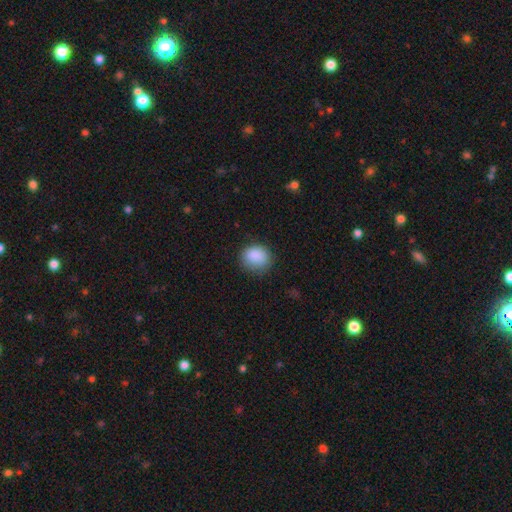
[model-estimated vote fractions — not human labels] A smooth galaxy with no disk features (88%) that is round (68%).

Vote fractions:
- Smooth or featured? smooth: 88% / star or artifact: 8% / featured or disk: 4%
- How rounded? round: 68% / in between: 31% / cigar-shaped: 1%
- Merging? none: 78% / minor disturbance: 17% / major disturbance: 4% / merger: 1%